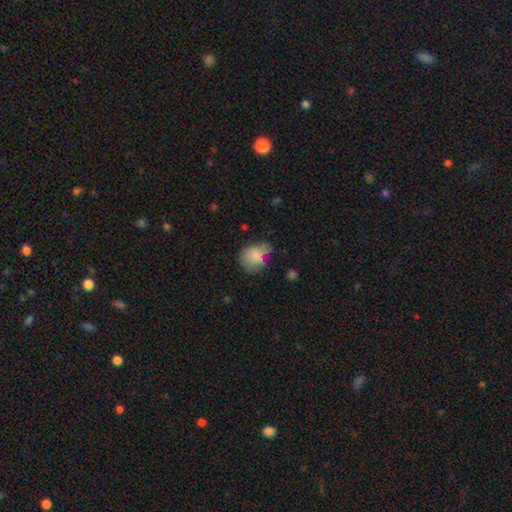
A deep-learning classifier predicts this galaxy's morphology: Overall: smooth (80%). How rounded: round (54%; in between 45%). Merging: none (55%; minor disturbance 31%).